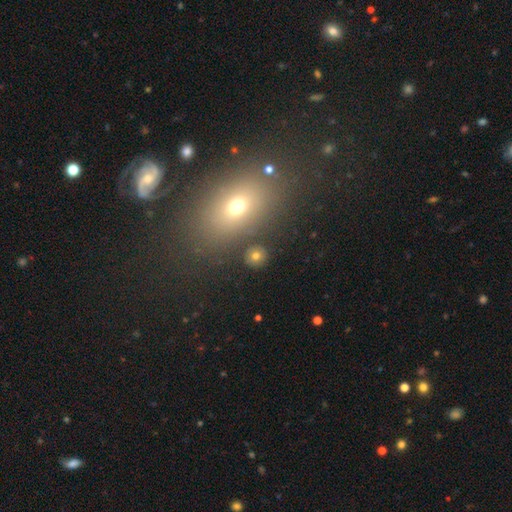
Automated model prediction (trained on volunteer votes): smooth-or-featured: smooth: 72% | star or artifact: 17% | featured or disk: 11%
  how-rounded: round: 76% | in between: 23% | cigar-shaped: 2%
  merging: none: 83% | minor disturbance: 8% | merger: 5% | major disturbance: 4%